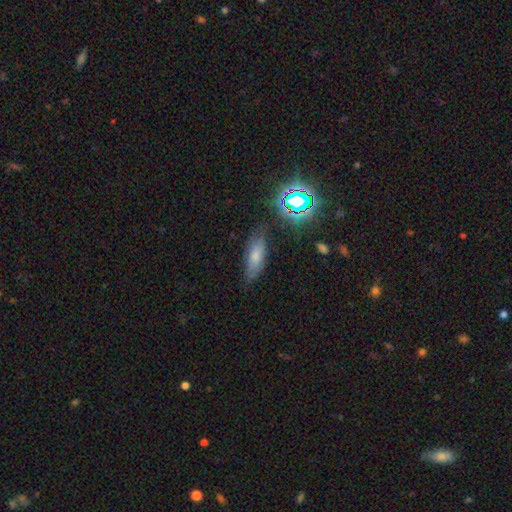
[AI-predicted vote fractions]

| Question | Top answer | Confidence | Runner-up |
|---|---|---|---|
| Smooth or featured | smooth | 65% | featured or disk (19%) |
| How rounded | in between | 61% | cigar-shaped (35%) |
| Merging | none | 75% | minor disturbance (18%) |